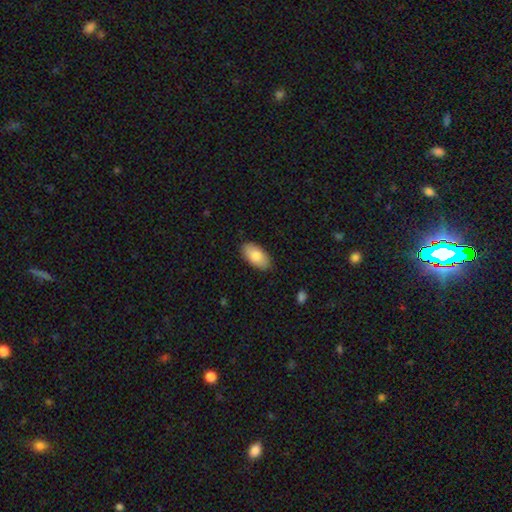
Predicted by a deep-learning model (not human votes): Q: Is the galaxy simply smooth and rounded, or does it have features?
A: smooth — 81%.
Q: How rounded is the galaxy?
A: in between — 95%.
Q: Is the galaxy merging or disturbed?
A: none — 86%.